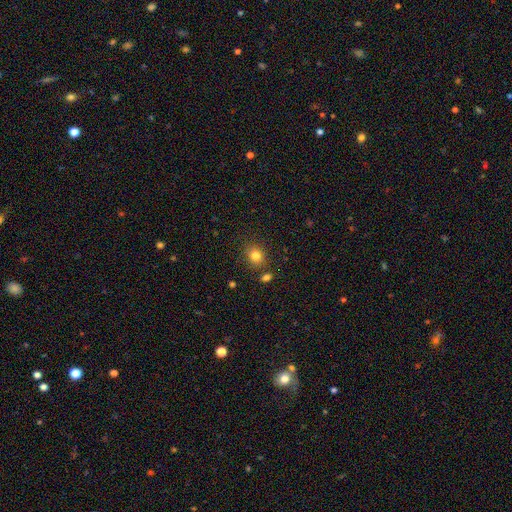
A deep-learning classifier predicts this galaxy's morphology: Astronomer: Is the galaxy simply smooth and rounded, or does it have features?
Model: smooth — 82%.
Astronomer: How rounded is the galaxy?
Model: round — 73%.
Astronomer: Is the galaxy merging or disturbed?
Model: none — 82%.